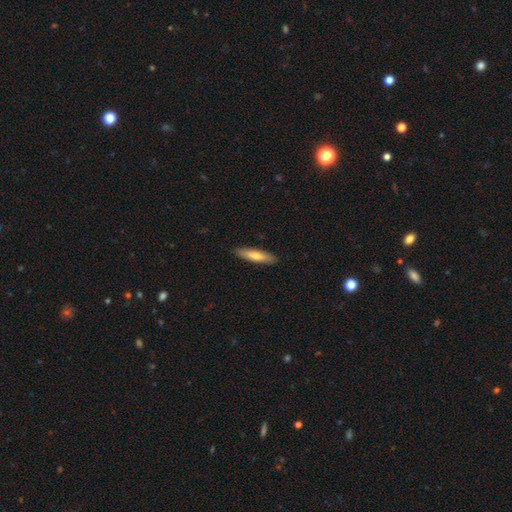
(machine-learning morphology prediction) A smooth galaxy with no disk features (70%) that is cigar-shaped (74%). Merging: none (90%).